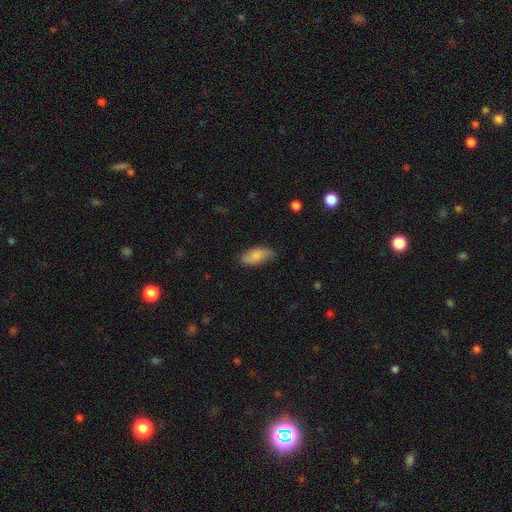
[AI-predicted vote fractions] The model was most divided on "merging": none: 73%, minor disturbance: 22%, major disturbance: 4%, merger: 1%. More confident: how rounded — in between (86%); smooth or featured — smooth (82%).